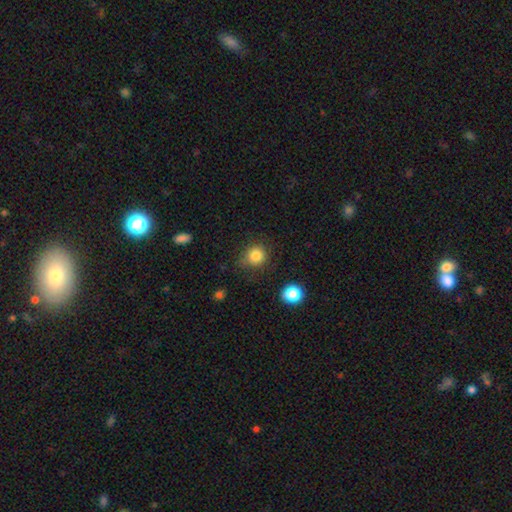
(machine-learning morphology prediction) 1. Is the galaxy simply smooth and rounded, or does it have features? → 83% smooth, 12% star or artifact, 5% featured or disk.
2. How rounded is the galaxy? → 88% round, 12% in between, 1% cigar-shaped.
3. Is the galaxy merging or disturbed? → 77% none, 16% minor disturbance, 4% major disturbance, 3% merger.